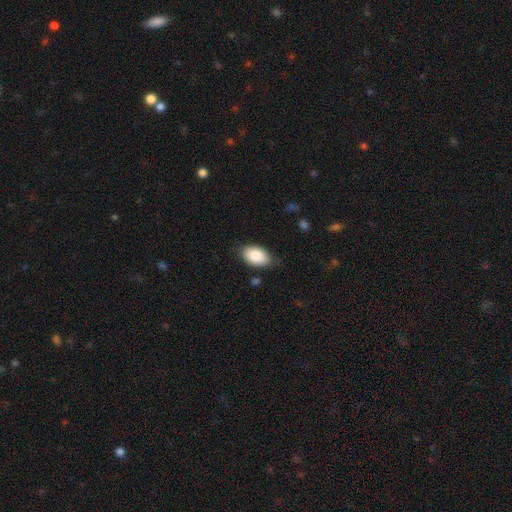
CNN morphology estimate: Smooth or featured?
  - smooth: 87% *
  - featured or disk: 6%
  - star or artifact: 6%
How rounded?
  - in between: 93% *
  - round: 5%
  - cigar-shaped: 2%
Merging?
  - none: 76% *
  - minor disturbance: 18%
  - major disturbance: 4%
  - merger: 1%